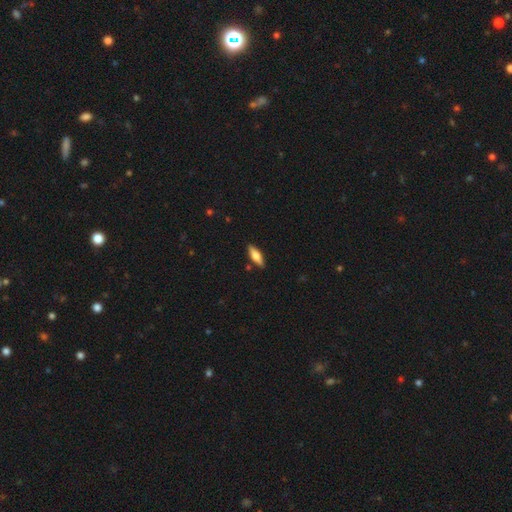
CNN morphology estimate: Q: Smooth or featured?
A: smooth (62%); runner-up: featured or disk (32%)
Q: How rounded?
A: in between (55%); runner-up: cigar-shaped (42%)
Q: Merging?
A: none (87%); runner-up: minor disturbance (9%)